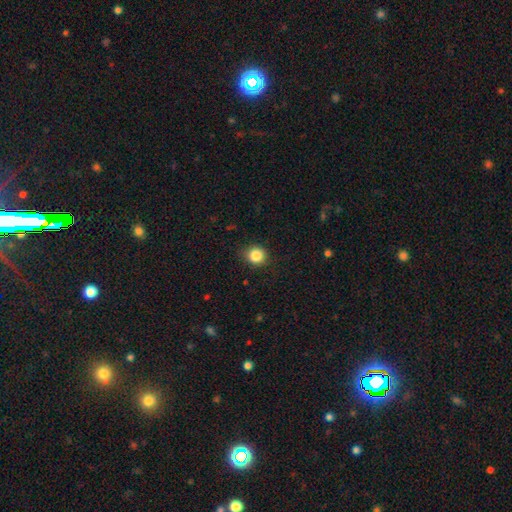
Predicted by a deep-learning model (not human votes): Smooth or featured? Predicted: smooth (p=0.85). How rounded? Predicted: round (p=0.86). Merging? Predicted: none (p=0.86).